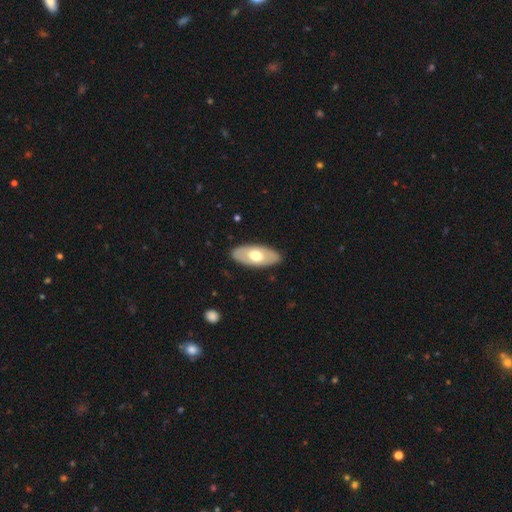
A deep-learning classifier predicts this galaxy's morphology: type=smooth (50%); merging=none (87%).